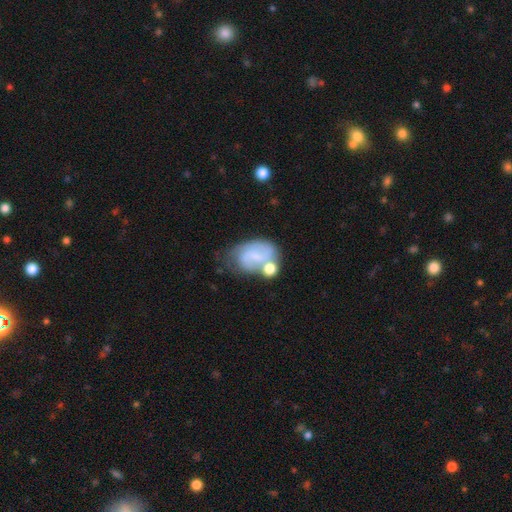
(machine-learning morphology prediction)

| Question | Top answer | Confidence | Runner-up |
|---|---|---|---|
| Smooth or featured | featured or disk | 53% | smooth (38%) |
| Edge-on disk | no | 97% | yes (3%) |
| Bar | no | 50% | weak (39%) |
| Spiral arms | yes | 74% | no (26%) |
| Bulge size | small | 51% | none (31%) |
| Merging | none | 38% | minor disturbance (24%) |